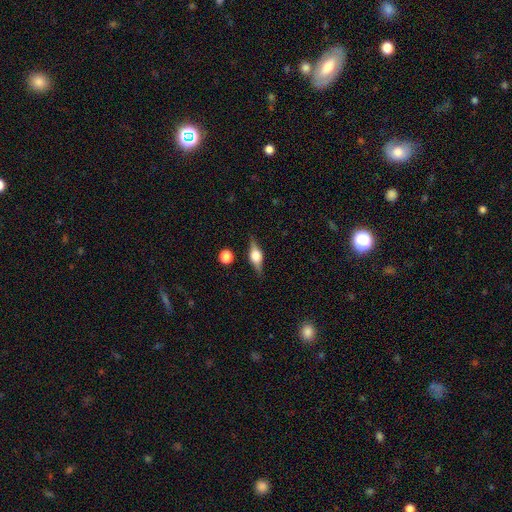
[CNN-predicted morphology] A featured or disk galaxy (70%) viewed edge-on (96%) with a rounded central bulge (91%). Merging: none (85%).